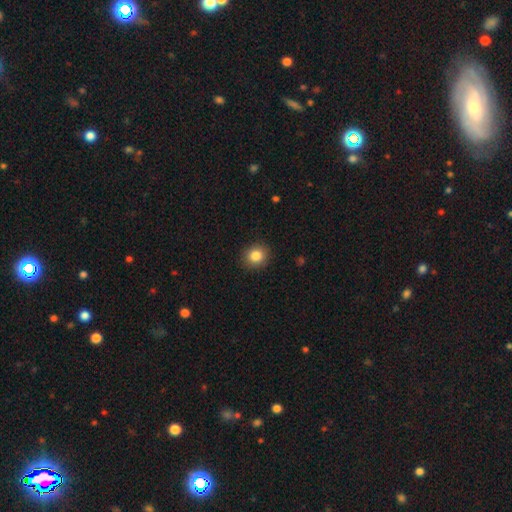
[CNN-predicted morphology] Smooth or featured: smooth — 84% (star or artifact — 10%)
How rounded: round — 77% (in between — 22%)
Merging: none — 90% (minor disturbance — 7%)